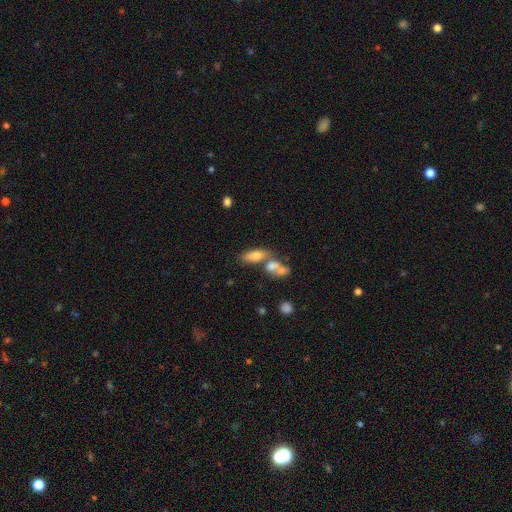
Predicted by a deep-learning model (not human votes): A smooth galaxy with no disk features (72%) that is in between round and cigar-shaped (70%).

Vote fractions:
- Smooth or featured? smooth: 72% / featured or disk: 19% / star or artifact: 9%
- How rounded? in between: 70% / cigar-shaped: 25% / round: 5%
- Merging? none: 42% / merger: 41% / minor disturbance: 11% / major disturbance: 5%